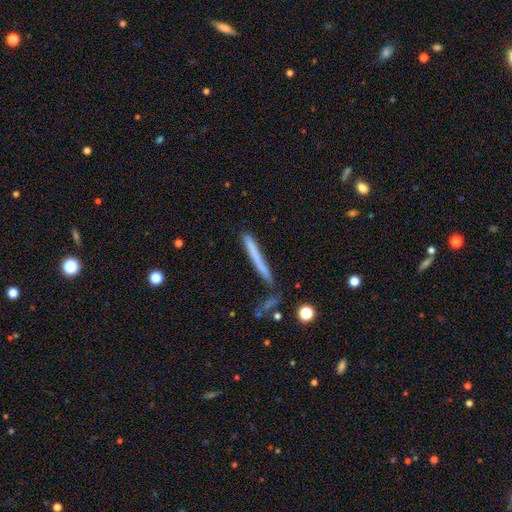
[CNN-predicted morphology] type=smooth (62%); roundness=cigar-shaped (97%); merging=none (78%).